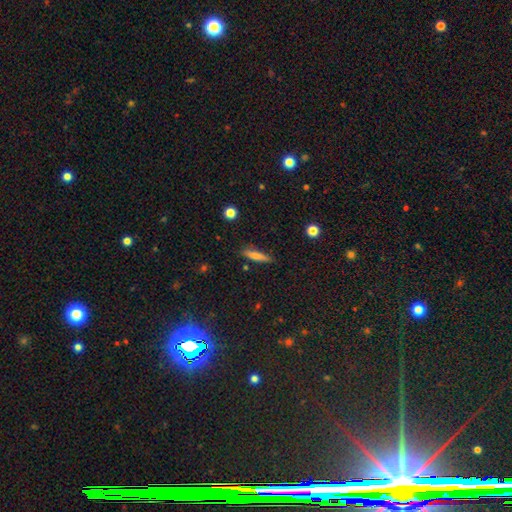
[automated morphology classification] Smooth or featured?
  - smooth: 63% *
  - featured or disk: 28%
  - star or artifact: 9%
How rounded?
  - cigar-shaped: 82% *
  - in between: 15%
  - round: 3%
Merging?
  - none: 86% *
  - minor disturbance: 10%
  - major disturbance: 2%
  - merger: 2%